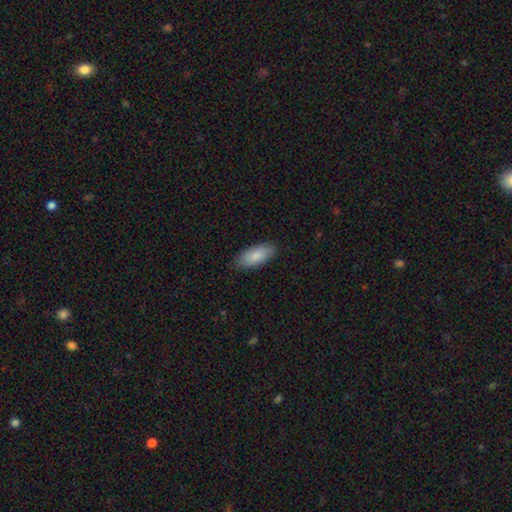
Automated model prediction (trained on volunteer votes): A smooth galaxy with no disk features (84%) that is in between round and cigar-shaped (86%).

Vote fractions:
- Smooth or featured? smooth: 84% / featured or disk: 10% / star or artifact: 6%
- How rounded? in between: 86% / cigar-shaped: 13% / round: 2%
- Merging? none: 84% / minor disturbance: 13% / major disturbance: 2% / merger: 1%